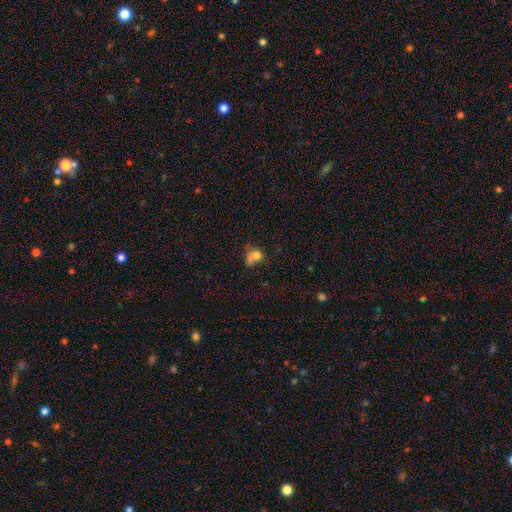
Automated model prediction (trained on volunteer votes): Overall: smooth (69%). How rounded: round (64%; in between 35%). Merging: none (31%; merger 29%).